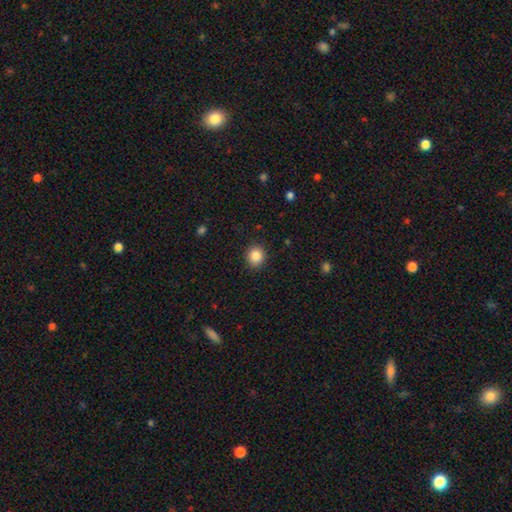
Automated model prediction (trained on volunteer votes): Smooth or featured? smooth (86%)
How rounded? round (85%)
Merging? none (90%)